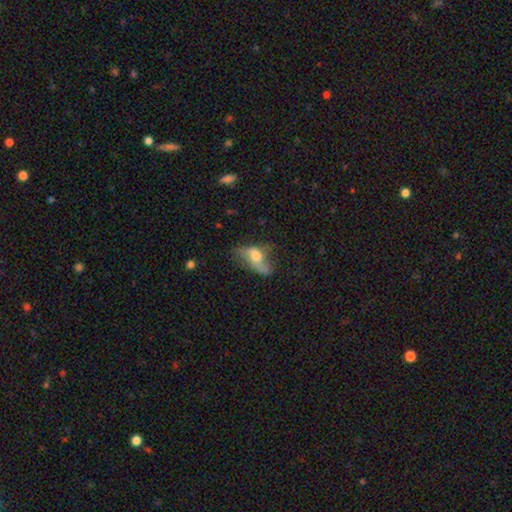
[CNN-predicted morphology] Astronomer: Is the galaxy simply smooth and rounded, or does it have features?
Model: smooth — 46% (runner-up: featured or disk, 44%).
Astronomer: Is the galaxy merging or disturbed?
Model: major disturbance — 36% (runner-up: none, 33%).